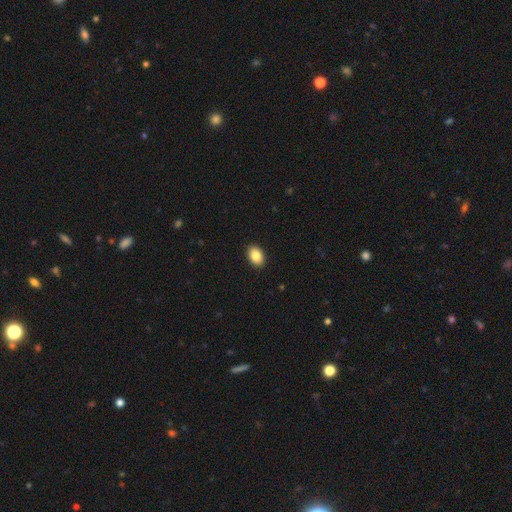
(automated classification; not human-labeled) This is clearly a smooth galaxy (87%). How rounded: clearly in between (83%). Merging: clearly none (91%).